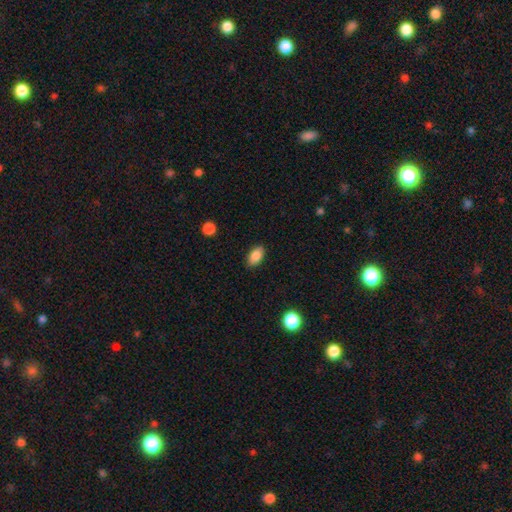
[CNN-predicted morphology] Smooth or featured? Predicted: smooth (p=0.87). How rounded? Predicted: in between (p=0.92). Merging? Predicted: none (p=0.88).